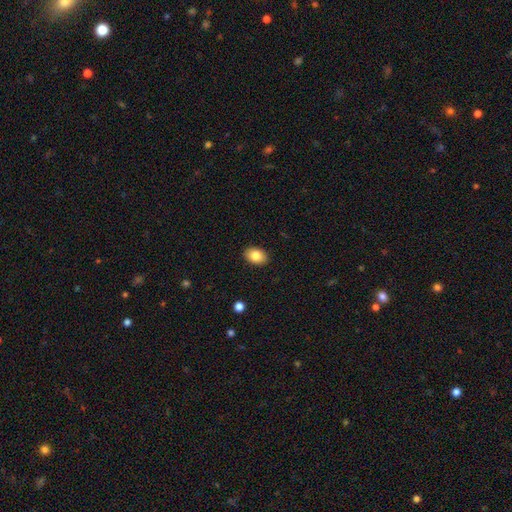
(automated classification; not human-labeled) Q: Smooth or featured?
A: smooth (84%); runner-up: featured or disk (8%)
Q: How rounded?
A: in between (82%); runner-up: round (17%)
Q: Merging?
A: none (90%); runner-up: minor disturbance (7%)